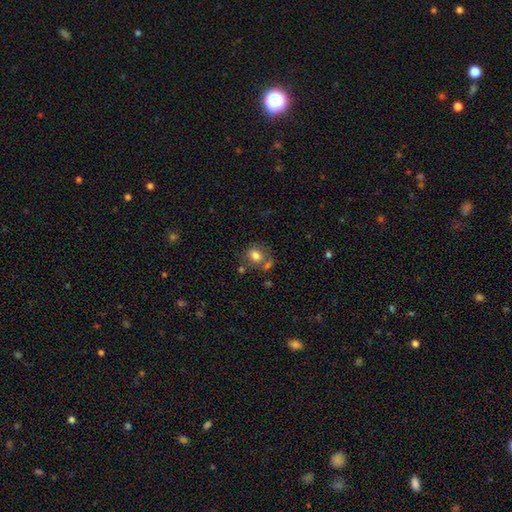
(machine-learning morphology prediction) type=smooth (77%); roundness=round (56%); merging=none (57%).